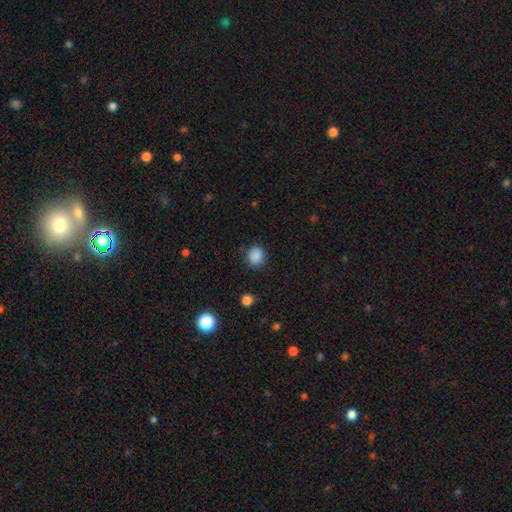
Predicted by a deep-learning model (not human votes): The model was most divided on "how rounded": round: 80%, in between: 19%, cigar-shaped: 1%. More confident: smooth or featured — smooth (87%); merging — none (85%).